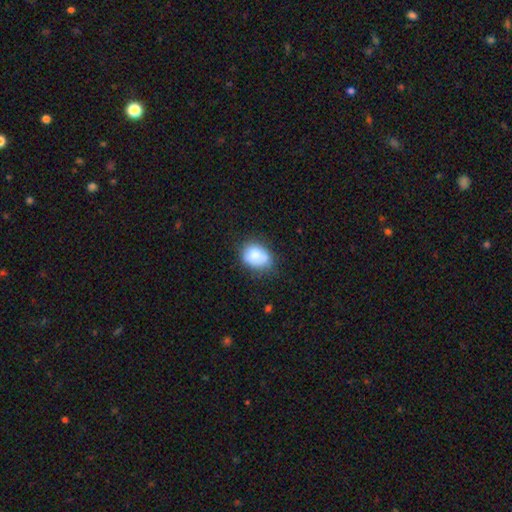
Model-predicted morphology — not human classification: smooth_or_featured: smooth (p=0.83) [alt: featured or disk p=0.09]
how_rounded: in between (p=0.65) [alt: round p=0.34]
merging: none (p=0.60) [alt: minor disturbance p=0.28]